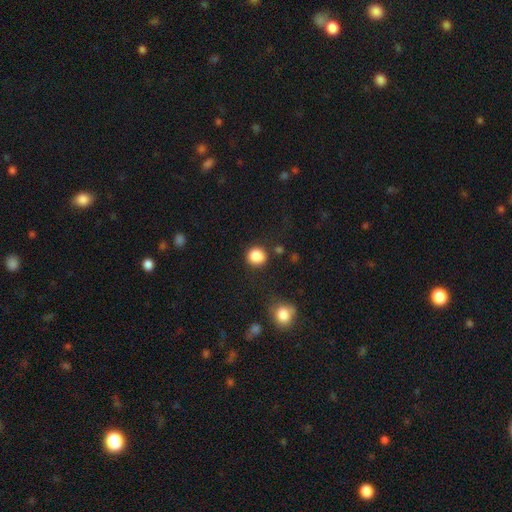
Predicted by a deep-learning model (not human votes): This is clearly a smooth galaxy (87%). How rounded: clearly round (84%). Merging: clearly none (83%).